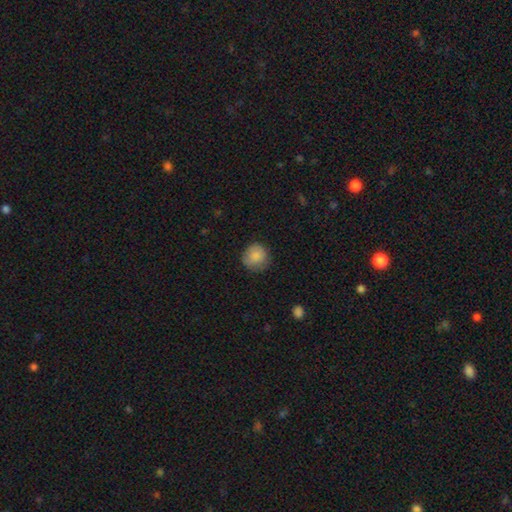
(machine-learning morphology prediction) The model was most divided on "merging": none: 79%, minor disturbance: 16%, major disturbance: 4%, merger: 1%. More confident: how rounded — round (90%); smooth or featured — smooth (85%).